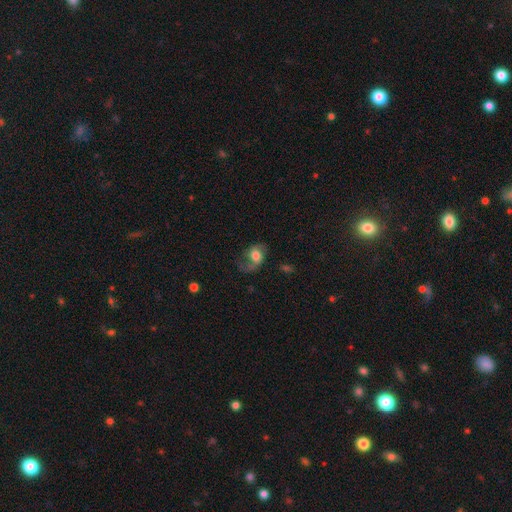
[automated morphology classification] Q: Smooth or featured?
A: featured or disk (49%); runner-up: smooth (43%)
Q: Merging?
A: none (38%); runner-up: major disturbance (37%)